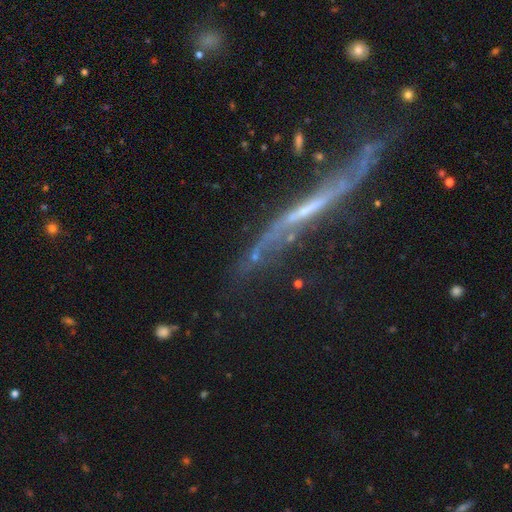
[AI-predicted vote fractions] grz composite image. It shows a featured or disk galaxy (53%) viewed edge-on (58%). Merging: none (52%).